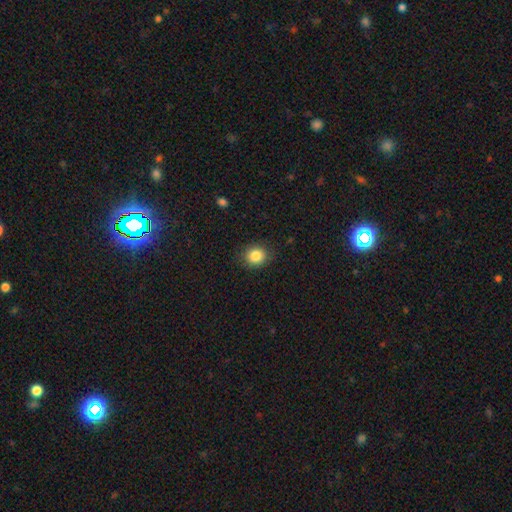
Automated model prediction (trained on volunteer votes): smooth_or_featured: smooth (p=0.85) [alt: star or artifact p=0.10]
how_rounded: round (p=0.77) [alt: in between p=0.22]
merging: none (p=0.87) [alt: minor disturbance p=0.09]